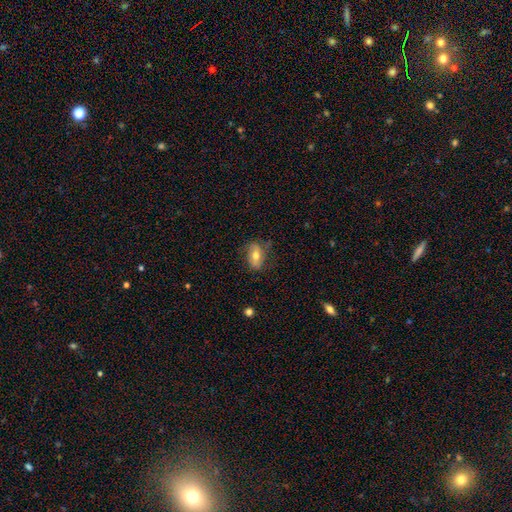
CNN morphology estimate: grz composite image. It shows a smooth galaxy with no disk features (62%) that is in between round and cigar-shaped (85%). Merging: none (67%).